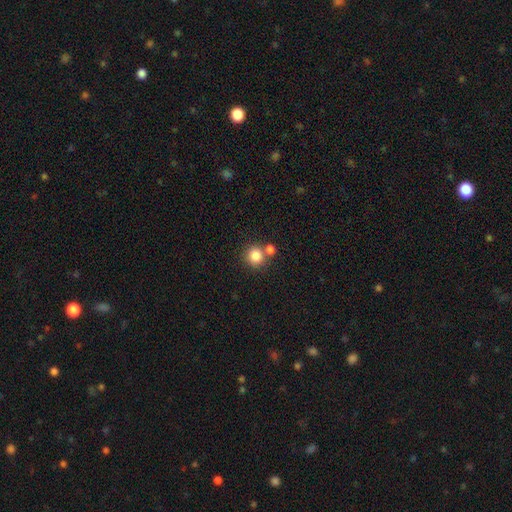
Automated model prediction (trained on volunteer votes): Smooth or featured? Predicted: smooth (p=0.83). How rounded? Predicted: round (p=0.90). Merging? Predicted: none (p=0.62).